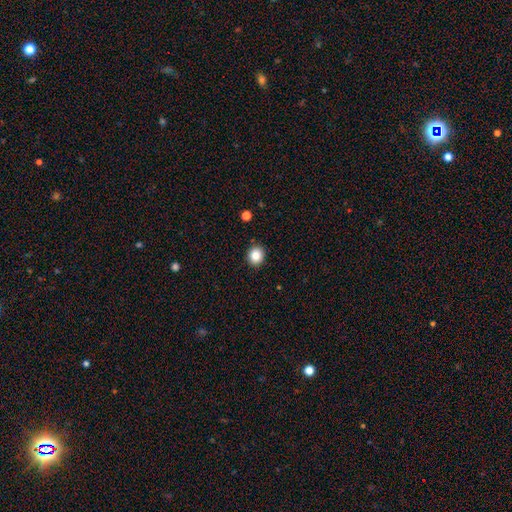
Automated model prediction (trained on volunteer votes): A smooth galaxy with no disk features (85%) that is round (78%).

Vote fractions:
- Smooth or featured? smooth: 85% / star or artifact: 10% / featured or disk: 5%
- How rounded? round: 78% / in between: 21% / cigar-shaped: 1%
- Merging? none: 90% / minor disturbance: 6% / major disturbance: 2% / merger: 1%